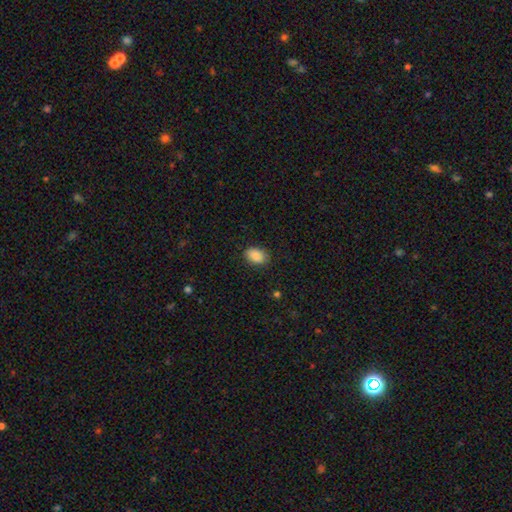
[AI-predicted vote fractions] smooth 89%, star or artifact 7%, featured or disk 4%. Down the decision tree: how rounded — in between (87%); merging — none (84%).